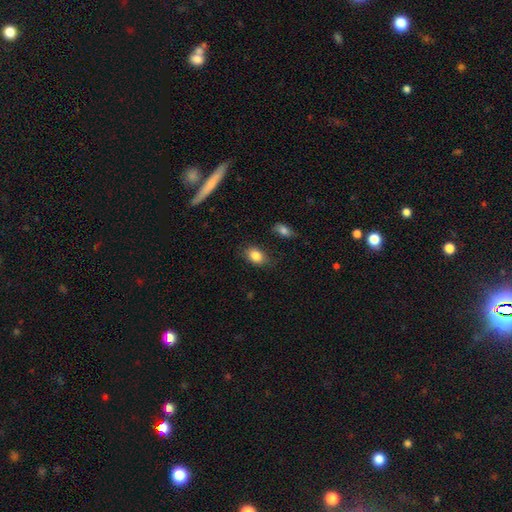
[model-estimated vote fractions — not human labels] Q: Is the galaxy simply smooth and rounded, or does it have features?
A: smooth — 84%.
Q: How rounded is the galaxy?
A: in between — 81%.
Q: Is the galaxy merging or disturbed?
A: none — 78%.